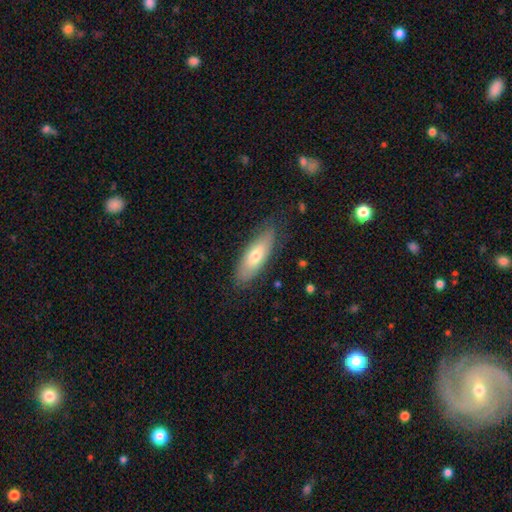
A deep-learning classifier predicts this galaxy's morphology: The model was most divided on "how rounded": in between: 63%, cigar-shaped: 35%, round: 2%. More confident: merging — none (79%); smooth or featured — smooth (66%).